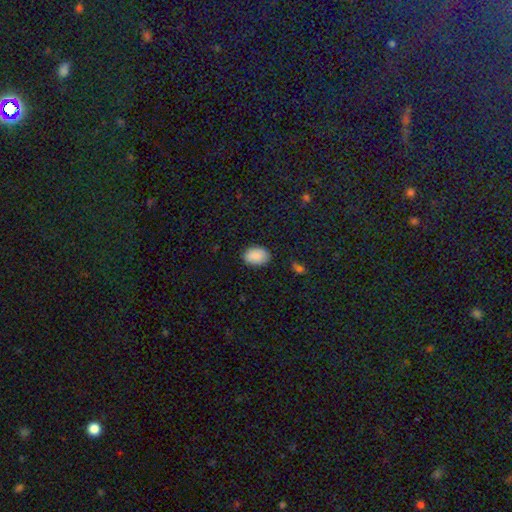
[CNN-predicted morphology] type=smooth (89%); roundness=in between (85%); merging=none (86%).